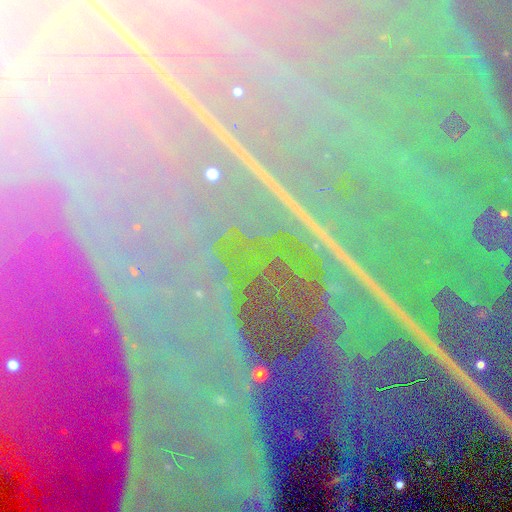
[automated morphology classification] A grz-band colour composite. It shows a star or artifact, not a galaxy (88%).